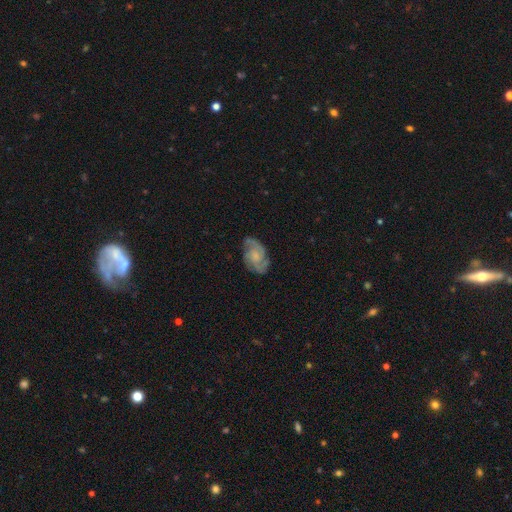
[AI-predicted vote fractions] The model was most divided on "spiral arm count": 2: 39%, 3: 37%, can't tell: 11%, 4: 6%, 1: 4%, more than 4: 4%. Remaining: edge-on disk — no (97%); spiral arms — yes (97%); smooth or featured — featured or disk (83%); merging — none (75%); bar — no (65%); spiral winding — medium (49%); bulge size — small (44%).